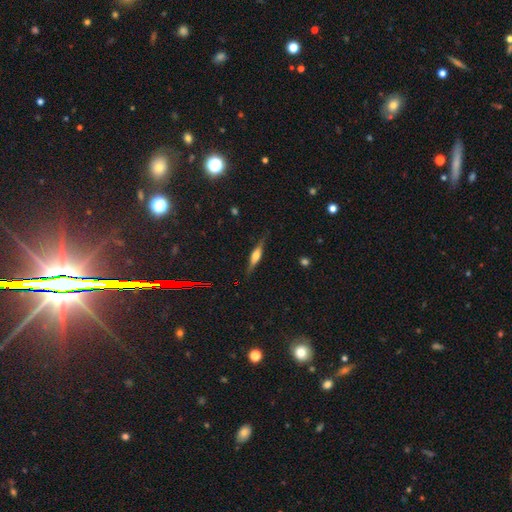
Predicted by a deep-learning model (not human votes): Overall: featured or disk (58%; smooth 33%). Edge-on disk: yes (94%). Edge-on bulge: rounded (78%). Merging: none (83%).